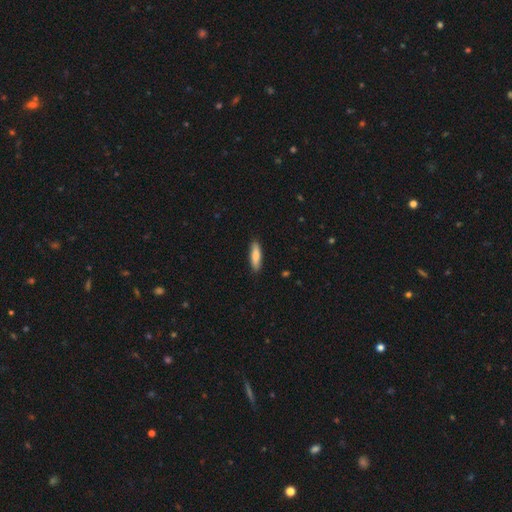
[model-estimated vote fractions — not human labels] smooth-or-featured: smooth: 79% | featured or disk: 15% | star or artifact: 6%
  how-rounded: cigar-shaped: 61% | in between: 38% | round: 2%
  merging: none: 88% | minor disturbance: 9% | major disturbance: 2% | merger: 1%